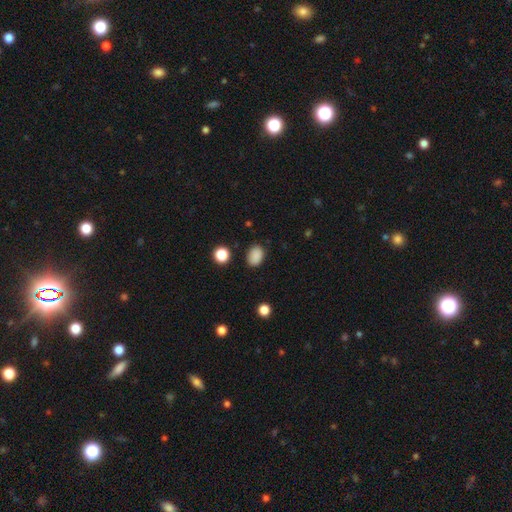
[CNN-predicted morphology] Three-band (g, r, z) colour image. It shows a smooth galaxy with no disk features (87%) that is in between round and cigar-shaped (77%). Merging: none (85%).